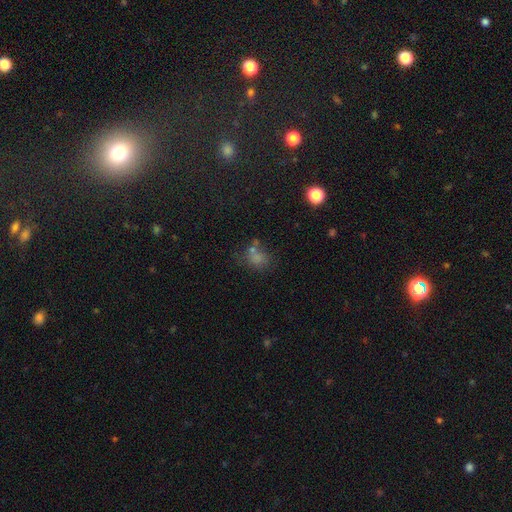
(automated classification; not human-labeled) This appears to be a smooth galaxy with no disk features (64%) that is round (51%). Merging: none (45%).